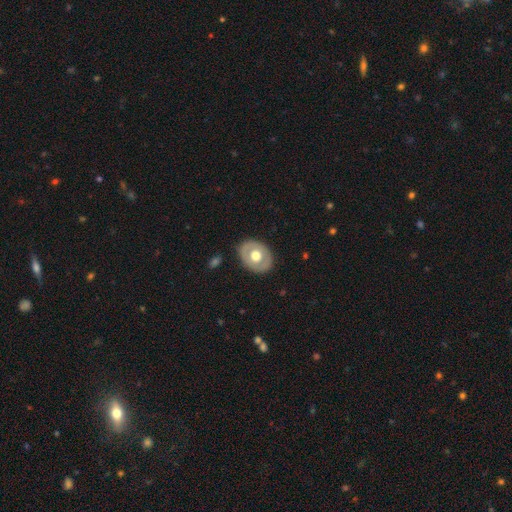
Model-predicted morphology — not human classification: smooth 48%, featured or disk 46%, star or artifact 5%. Down the decision tree: merging — none (85%).